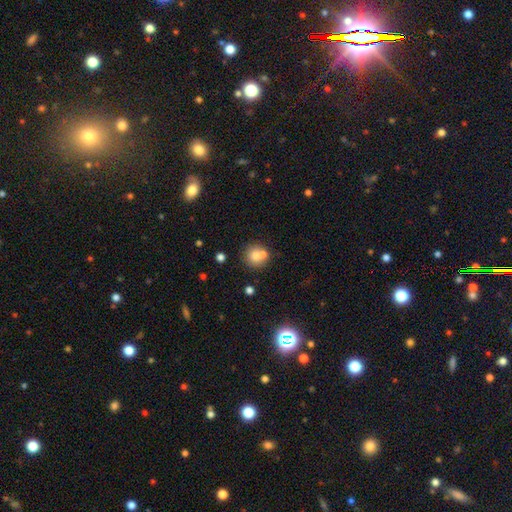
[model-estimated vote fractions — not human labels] smooth 73%, featured or disk 15%, star or artifact 12%. Down the decision tree: how rounded — round (90%); merging — none (57%).